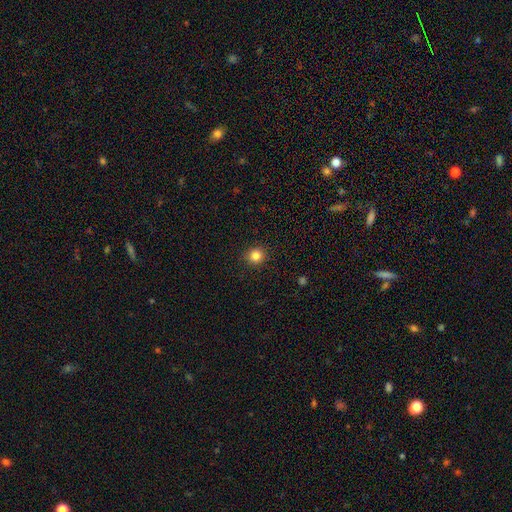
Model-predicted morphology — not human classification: Smooth or featured?
  - smooth: 85% *
  - star or artifact: 11%
  - featured or disk: 4%
How rounded?
  - round: 89% *
  - in between: 10%
  - cigar-shaped: 1%
Merging?
  - none: 91% *
  - minor disturbance: 6%
  - major disturbance: 2%
  - merger: 1%